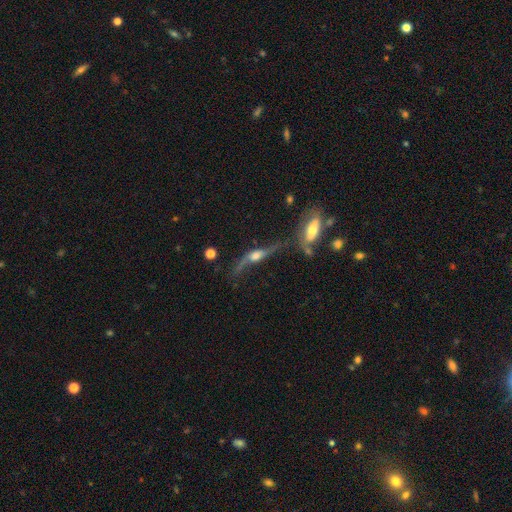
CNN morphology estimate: A featured or disk galaxy (76%) viewed edge-on (58%). Merging: none (47%).